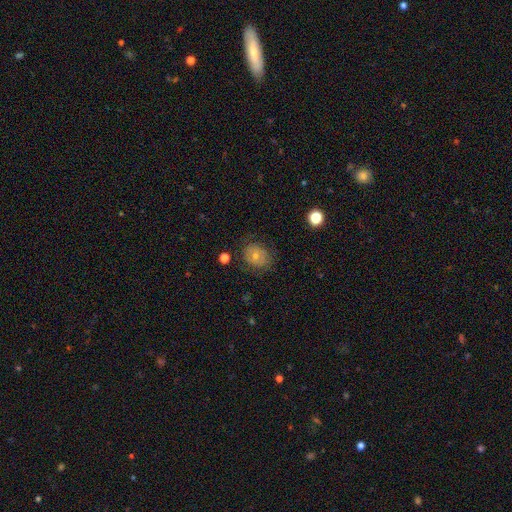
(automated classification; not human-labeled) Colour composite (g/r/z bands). It shows a smooth galaxy with no disk features (49%). Merging: none (77%).